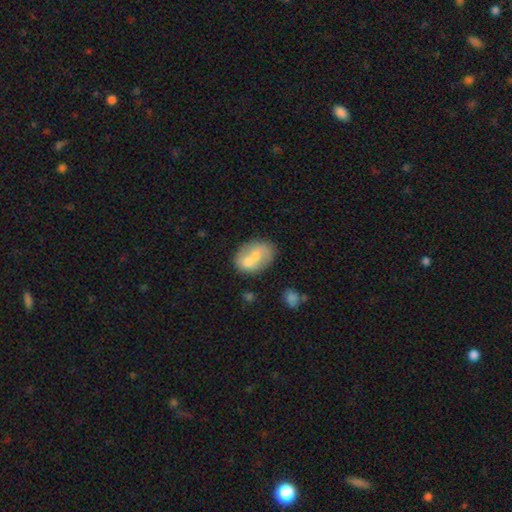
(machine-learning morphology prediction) Q: Smooth or featured?
A: smooth (56%); runner-up: featured or disk (36%)
Q: How rounded?
A: in between (67%); runner-up: round (32%)
Q: Merging?
A: merger (45%); runner-up: none (39%)